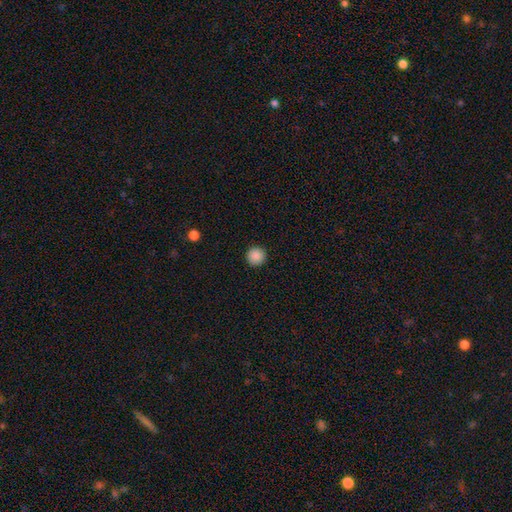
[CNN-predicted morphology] The model was most divided on "smooth or featured": smooth: 88%, star or artifact: 9%, featured or disk: 2%. More confident: how rounded — round (96%); merging — none (93%).